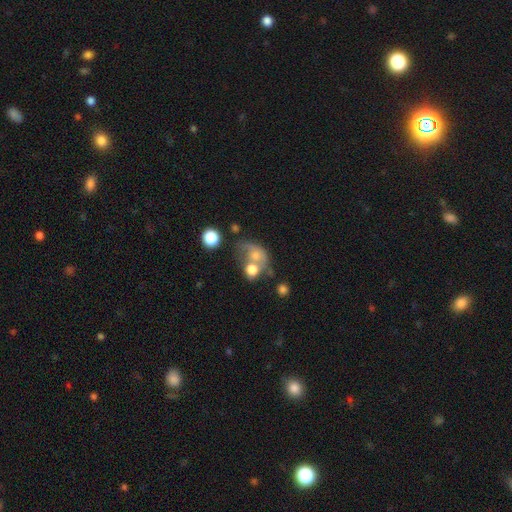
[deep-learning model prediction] Smooth or featured: smooth — 56% (featured or disk — 31%)
How rounded: in between — 56% (round — 43%)
Merging: merger — 47% (major disturbance — 22%)